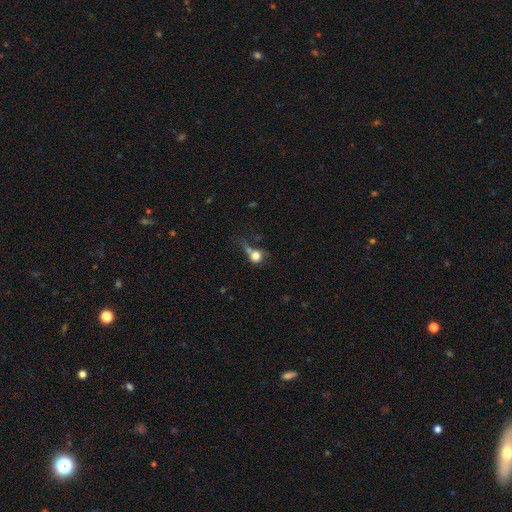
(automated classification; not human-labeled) A smooth galaxy with no disk features (72%) that is round (79%).

Vote fractions:
- Smooth or featured? smooth: 72% / featured or disk: 16% / star or artifact: 12%
- How rounded? round: 79% / in between: 19% / cigar-shaped: 2%
- Merging? none: 31% / major disturbance: 28% / merger: 23% / minor disturbance: 18%